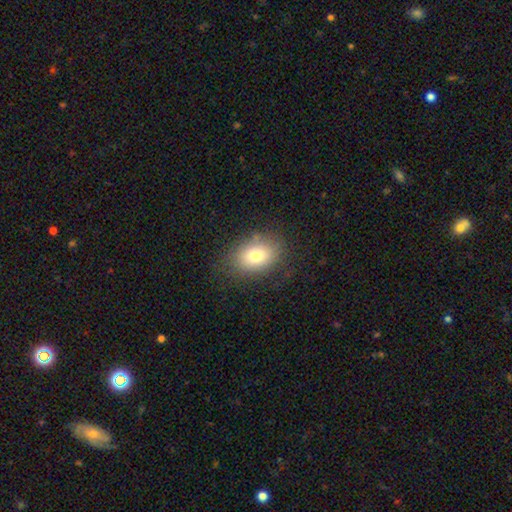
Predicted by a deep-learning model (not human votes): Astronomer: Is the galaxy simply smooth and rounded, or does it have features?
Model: smooth — 77%.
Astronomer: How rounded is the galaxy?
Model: in between — 67%.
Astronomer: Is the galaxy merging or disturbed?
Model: none — 79%.